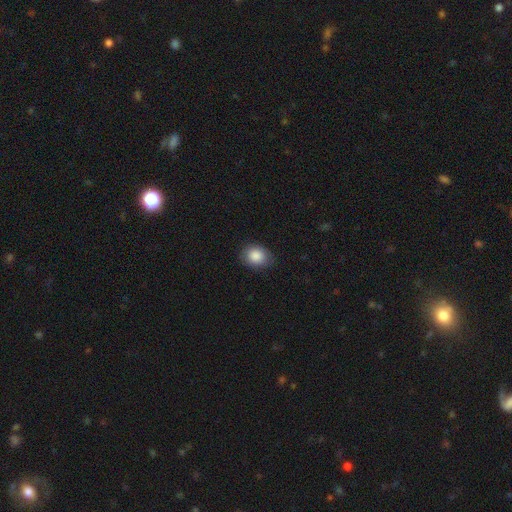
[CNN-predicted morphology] smooth 87%, star or artifact 7%, featured or disk 5%. Down the decision tree: how rounded — round (51%); merging — none (81%).